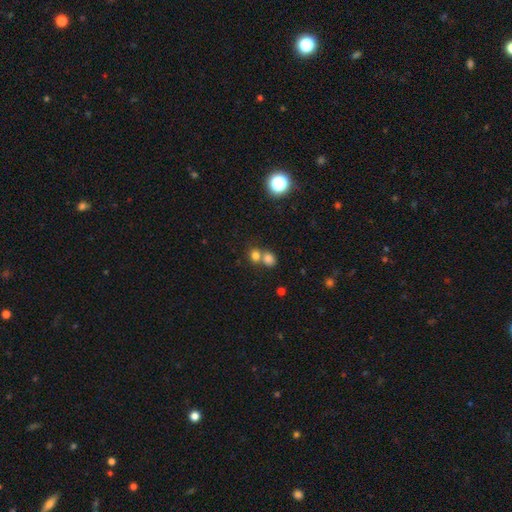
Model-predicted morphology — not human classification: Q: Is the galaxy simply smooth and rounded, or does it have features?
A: smooth — 76%.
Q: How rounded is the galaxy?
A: round — 71%.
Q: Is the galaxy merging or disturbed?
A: merger — 49%.